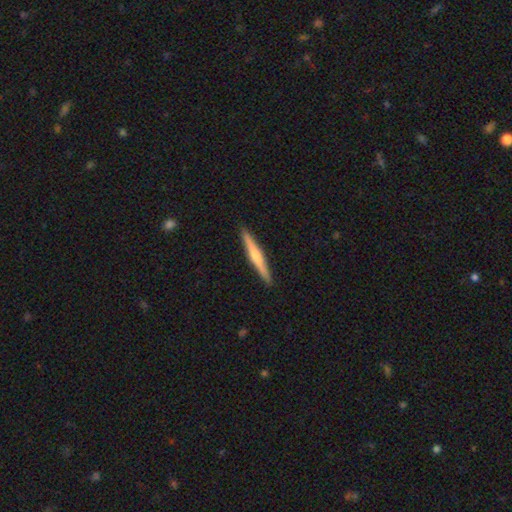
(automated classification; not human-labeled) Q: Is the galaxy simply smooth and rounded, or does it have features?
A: featured or disk — 52%.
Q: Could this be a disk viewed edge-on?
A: yes — 98%.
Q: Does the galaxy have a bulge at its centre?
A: rounded — 56%.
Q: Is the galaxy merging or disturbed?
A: none — 92%.